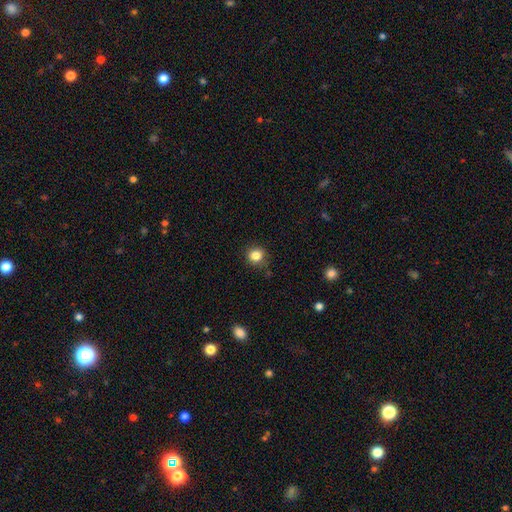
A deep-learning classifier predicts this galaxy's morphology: Smooth or featured: smooth — 84% (star or artifact — 12%)
How rounded: round — 88% (in between — 11%)
Merging: none — 84% (minor disturbance — 11%)